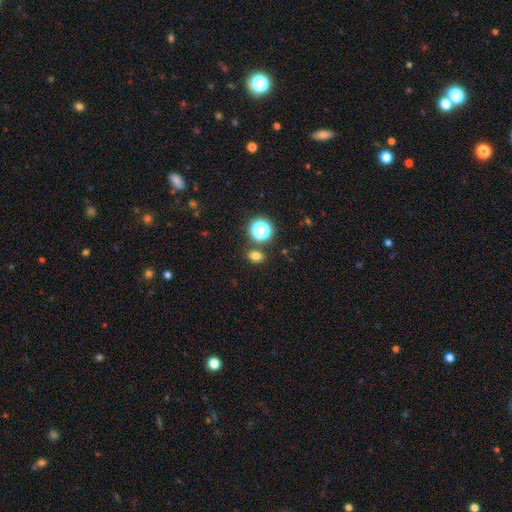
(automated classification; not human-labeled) smooth_or_featured: smooth (p=0.74) [alt: star or artifact p=0.20]
how_rounded: in between (p=0.57) [alt: round p=0.42]
merging: none (p=0.80) [alt: minor disturbance p=0.09]